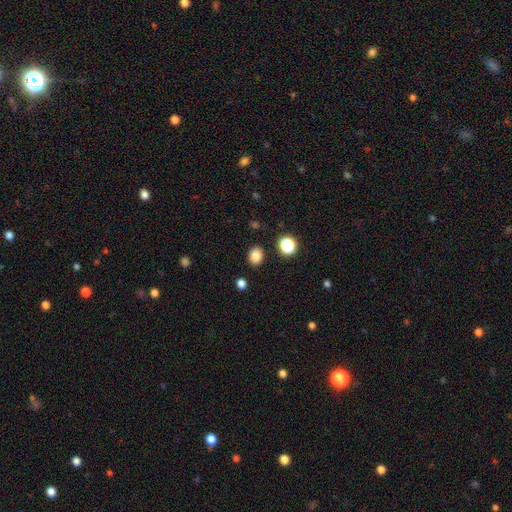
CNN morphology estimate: smooth-or-featured: smooth: 83% | star or artifact: 12% | featured or disk: 5%
  how-rounded: round: 53% | in between: 46% | cigar-shaped: 1%
  merging: none: 88% | minor disturbance: 8% | major disturbance: 2% | merger: 2%